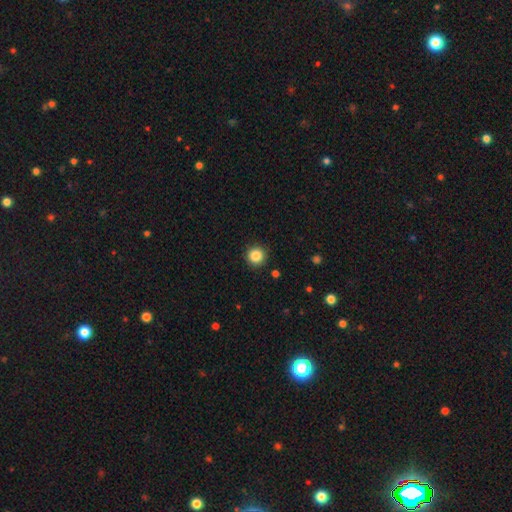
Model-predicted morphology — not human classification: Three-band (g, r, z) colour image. It shows a smooth galaxy with no disk features (86%) that is round (95%). Merging: none (91%).